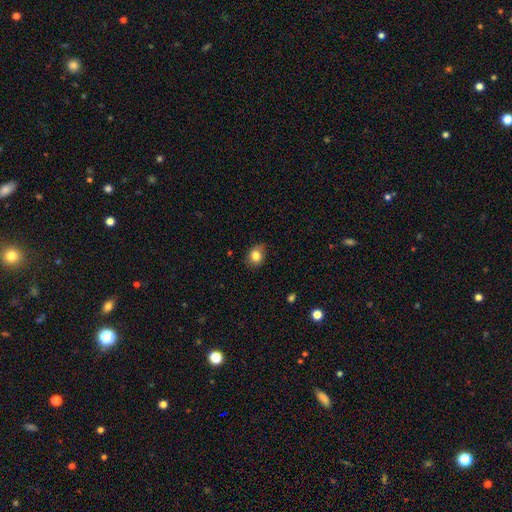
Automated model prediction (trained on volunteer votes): smooth-or-featured: smooth: 82% | star or artifact: 10% | featured or disk: 8%
  how-rounded: round: 59% | in between: 40% | cigar-shaped: 1%
  merging: none: 67% | minor disturbance: 26% | major disturbance: 5% | merger: 1%